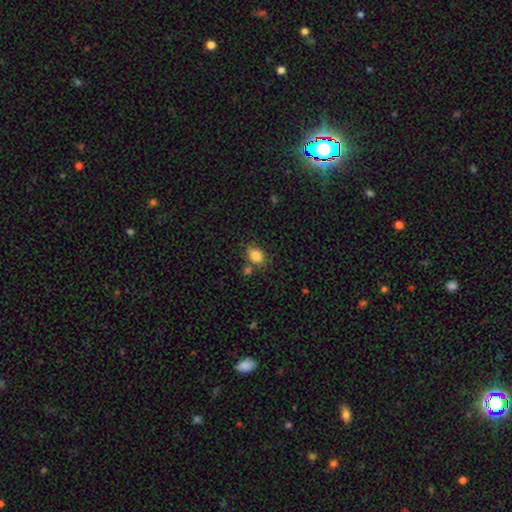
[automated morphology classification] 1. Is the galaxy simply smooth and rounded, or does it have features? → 84% smooth, 9% star or artifact, 6% featured or disk.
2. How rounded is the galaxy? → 66% in between, 33% round, 1% cigar-shaped.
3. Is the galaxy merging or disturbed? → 71% none, 14% minor disturbance, 12% merger, 4% major disturbance.